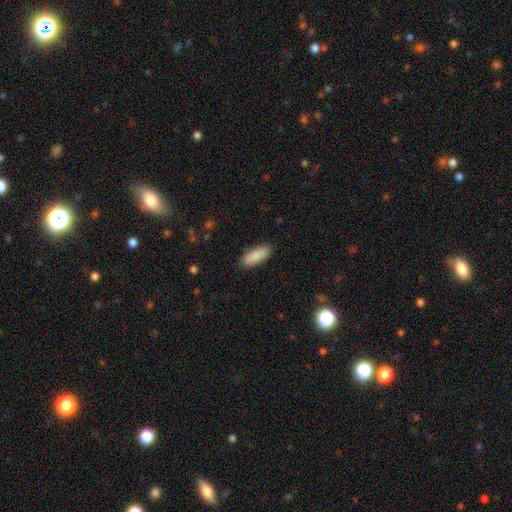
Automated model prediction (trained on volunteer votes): This is clearly a smooth galaxy (86%). How rounded: likely in between (69%). Merging: clearly none (87%).